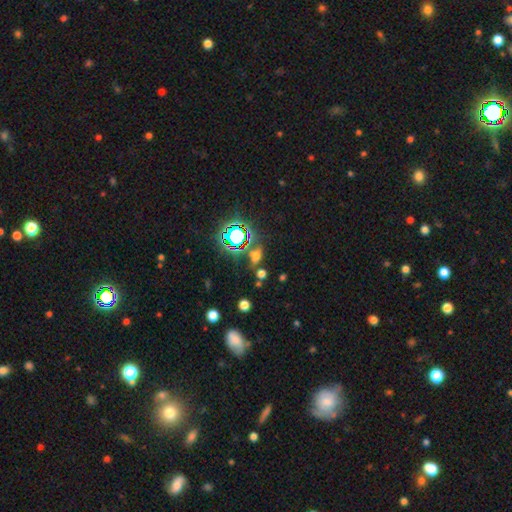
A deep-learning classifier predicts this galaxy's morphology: A smooth galaxy with no disk features (45%). Merging: none (65%).